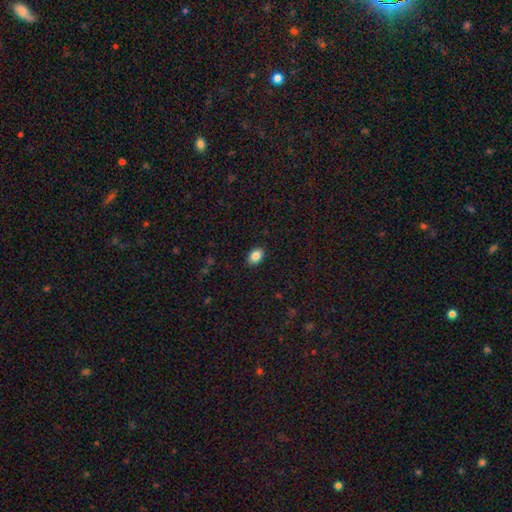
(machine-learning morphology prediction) This appears to be a smooth galaxy with no disk features (85%) that is in between round and cigar-shaped (81%). Merging: none (89%).